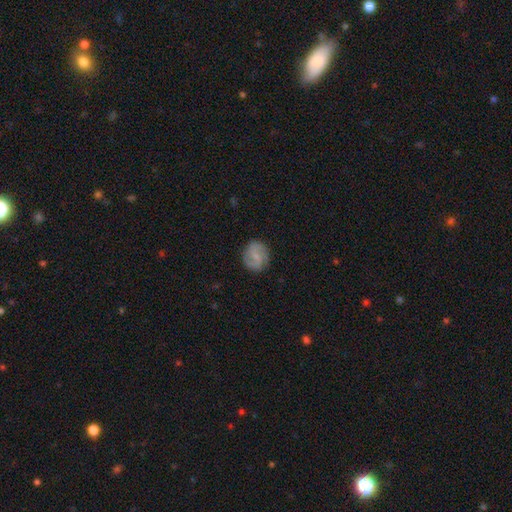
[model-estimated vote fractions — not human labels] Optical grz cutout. It shows a featured or disk galaxy (54%) with a weak bar (51%), spiral arms (87%) and a small central bulge (57%). Merging: none (82%).